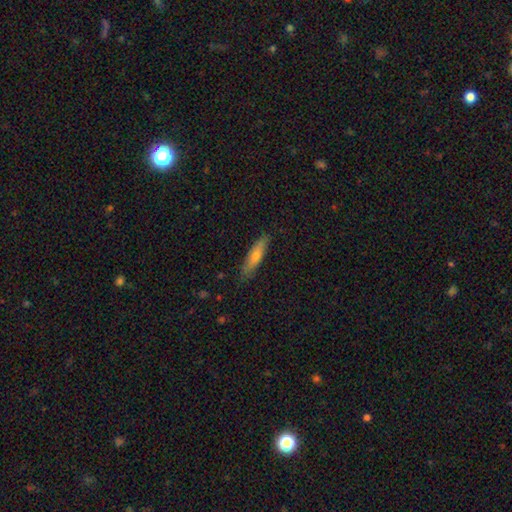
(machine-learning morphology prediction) Smooth or featured? Predicted: smooth (p=0.63). How rounded? Predicted: cigar-shaped (p=0.75). Merging? Predicted: none (p=0.83).